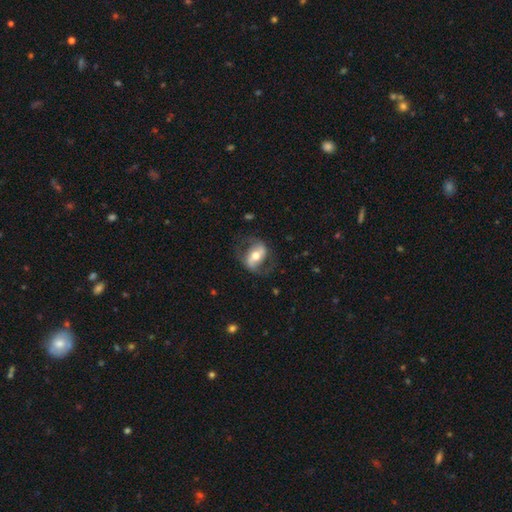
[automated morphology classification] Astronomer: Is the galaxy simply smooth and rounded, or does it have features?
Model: featured or disk — 68%.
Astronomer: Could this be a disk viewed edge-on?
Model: no — 93%.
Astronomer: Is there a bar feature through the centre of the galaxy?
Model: strong — 45% (runner-up: weak, 31%).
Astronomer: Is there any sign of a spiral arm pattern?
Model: yes — 78%.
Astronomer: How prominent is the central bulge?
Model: moderate — 69%.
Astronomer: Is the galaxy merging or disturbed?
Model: none — 66%.